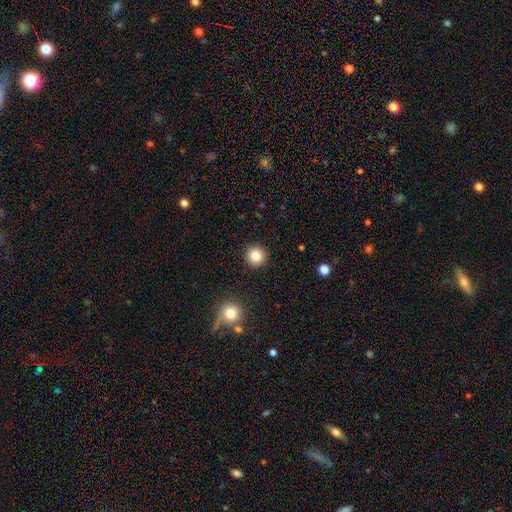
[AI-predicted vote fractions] The model was most divided on "smooth or featured": smooth: 82%, star or artifact: 11%, featured or disk: 7%. More confident: how rounded — round (95%); merging — none (92%).